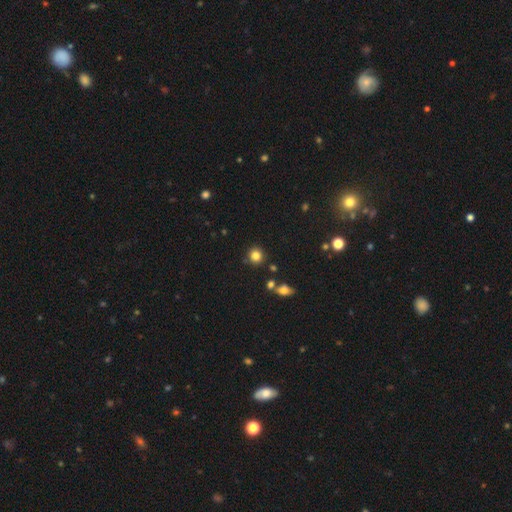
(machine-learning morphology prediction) The model was most divided on "smooth or featured": smooth: 82%, star or artifact: 12%, featured or disk: 6%. More confident: how rounded — round (90%); merging — none (85%).